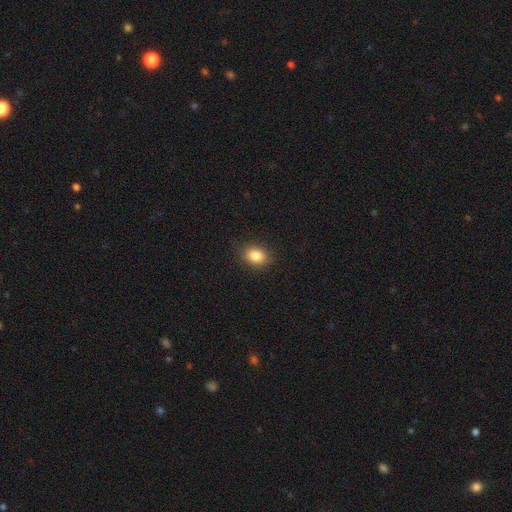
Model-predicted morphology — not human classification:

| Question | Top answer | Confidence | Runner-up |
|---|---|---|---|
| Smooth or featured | smooth | 85% | star or artifact (10%) |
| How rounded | in between | 60% | round (39%) |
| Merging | none | 88% | minor disturbance (9%) |